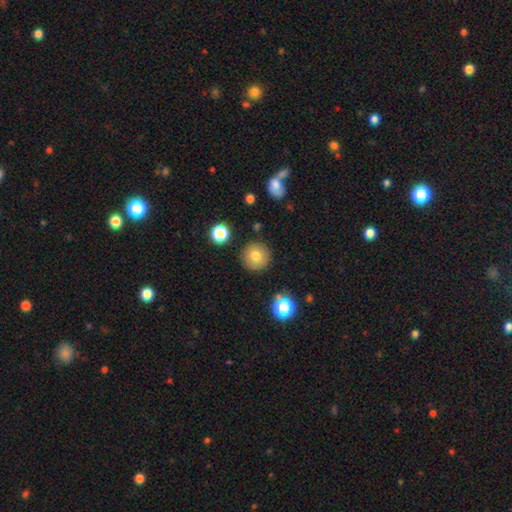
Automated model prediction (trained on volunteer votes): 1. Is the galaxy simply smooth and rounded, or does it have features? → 79% smooth, 11% star or artifact, 10% featured or disk.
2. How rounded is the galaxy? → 95% round, 4% in between, 1% cigar-shaped.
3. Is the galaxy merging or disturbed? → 89% none, 7% minor disturbance, 2% major disturbance, 2% merger.